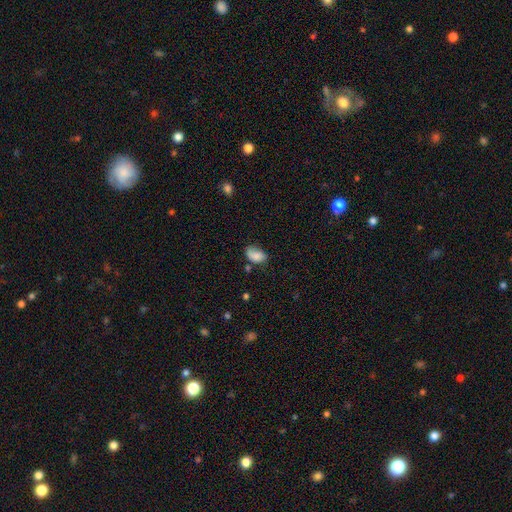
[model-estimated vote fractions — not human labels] smooth_or_featured: smooth (p=0.79) [alt: featured or disk p=0.13]
how_rounded: in between (p=0.88) [alt: round p=0.10]
merging: none (p=0.51) [alt: minor disturbance p=0.33]